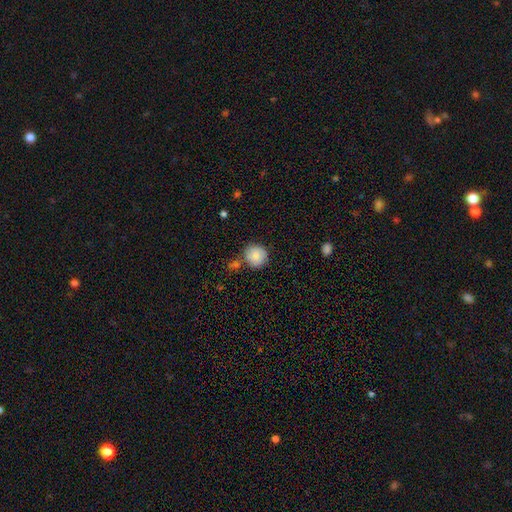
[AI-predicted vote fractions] smooth-or-featured: smooth: 84% | featured or disk: 9% | star or artifact: 7%
  how-rounded: round: 91% | in between: 8% | cigar-shaped: 1%
  merging: none: 73% | minor disturbance: 12% | merger: 11% | major disturbance: 3%